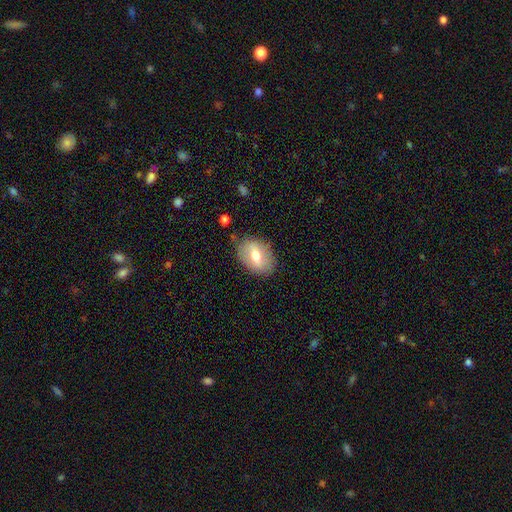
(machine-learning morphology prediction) Smooth or featured: smooth — 58% (featured or disk — 34%)
How rounded: in between — 78% (round — 20%)
Merging: none — 79% (minor disturbance — 15%)